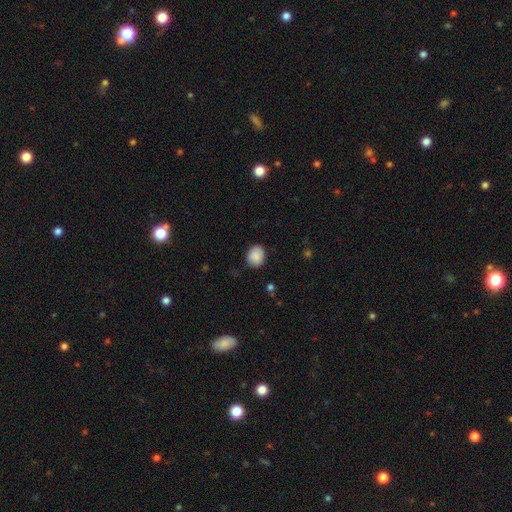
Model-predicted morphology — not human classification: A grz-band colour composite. It shows a smooth galaxy with no disk features (87%) that is round (55%). Merging: none (77%).